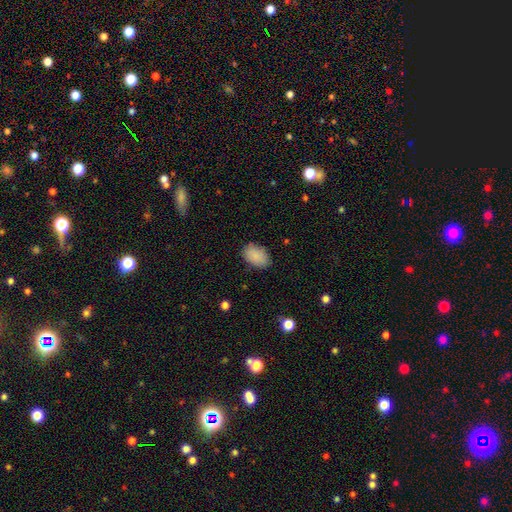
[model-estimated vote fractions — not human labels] Smooth or featured? smooth (88%)
How rounded? in between (89%)
Merging? none (84%)